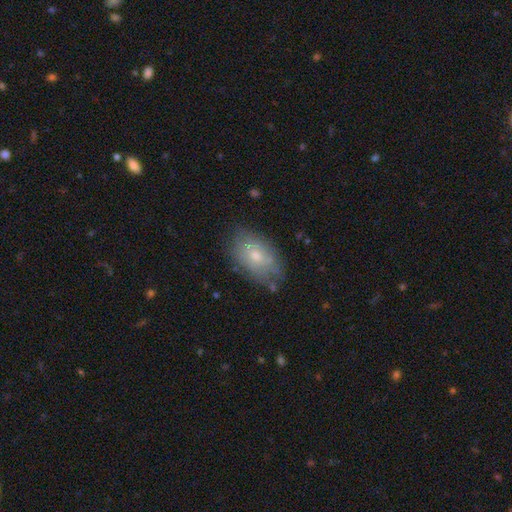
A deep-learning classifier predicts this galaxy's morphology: The model was most divided on "smooth or featured": smooth: 56%, featured or disk: 37%, star or artifact: 8%. More confident: how rounded — in between (91%); merging — none (67%).